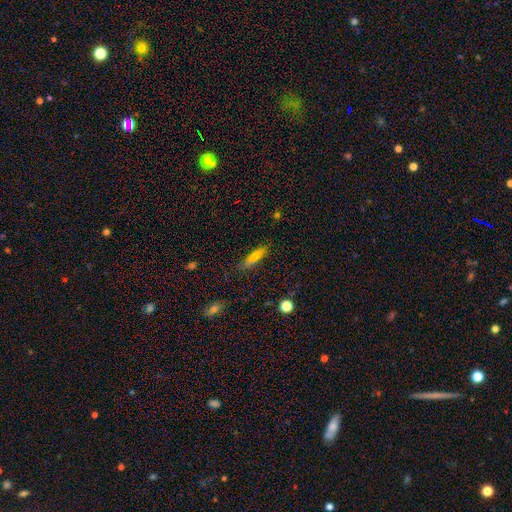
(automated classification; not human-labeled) Smooth or featured: smooth — 69% (featured or disk — 21%)
How rounded: cigar-shaped — 72% (in between — 25%)
Merging: none — 80% (minor disturbance — 14%)